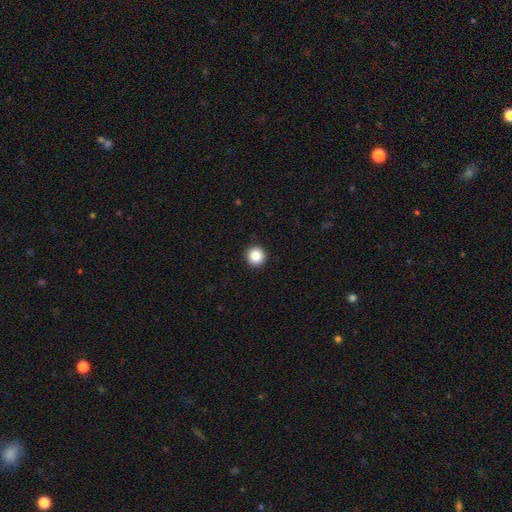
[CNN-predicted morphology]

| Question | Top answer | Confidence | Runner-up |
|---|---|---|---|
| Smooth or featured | smooth | 87% | star or artifact (10%) |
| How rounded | round | 96% | in between (3%) |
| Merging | none | 93% | minor disturbance (4%) |